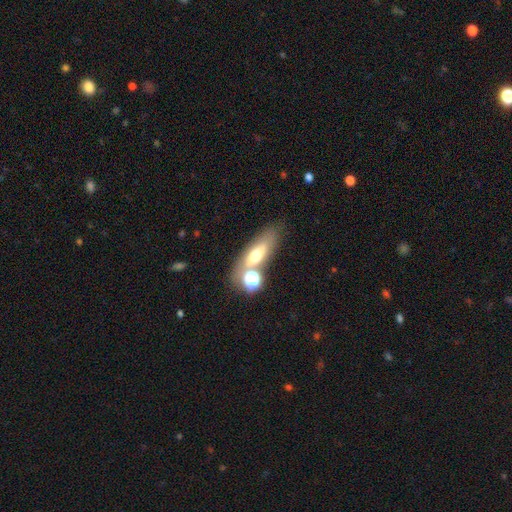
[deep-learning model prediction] Morphology: type=smooth (57%); roundness=in between (58%); merging=none (58%).